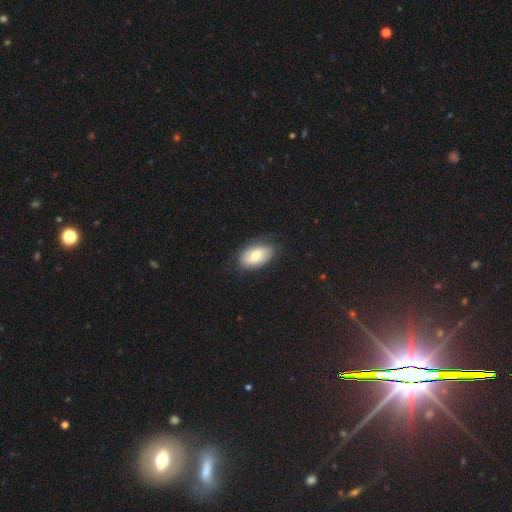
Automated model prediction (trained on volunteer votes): smooth_or_featured: smooth (p=0.67) [alt: featured or disk p=0.26]
how_rounded: in between (p=0.93) [alt: round p=0.05]
merging: none (p=0.79) [alt: minor disturbance p=0.16]